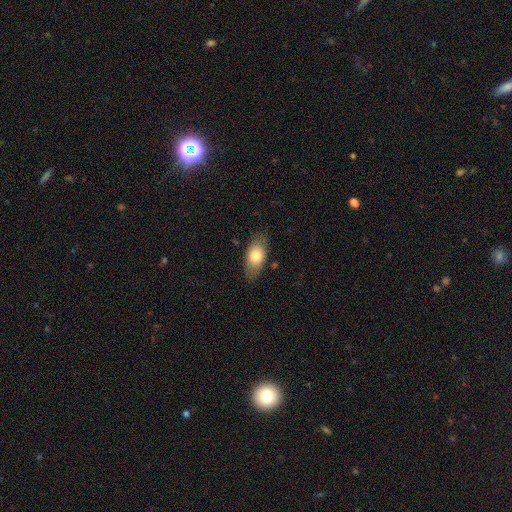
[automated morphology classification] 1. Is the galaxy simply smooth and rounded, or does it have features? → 75% smooth, 18% featured or disk, 6% star or artifact.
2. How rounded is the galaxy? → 88% in between, 7% cigar-shaped, 5% round.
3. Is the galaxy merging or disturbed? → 81% none, 14% minor disturbance, 4% major disturbance, 1% merger.